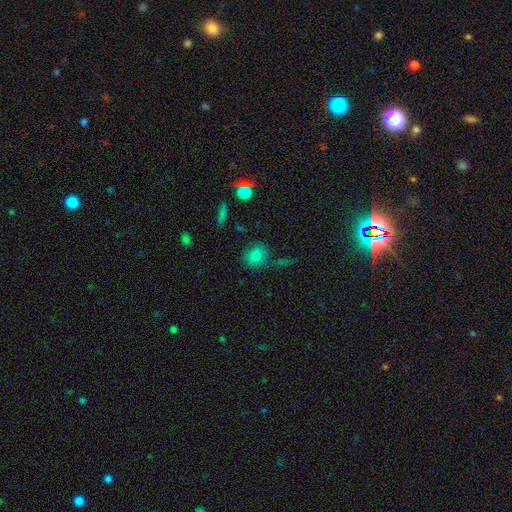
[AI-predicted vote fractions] A smooth galaxy with no disk features (79%) that is round (62%).

Vote fractions:
- Smooth or featured? smooth: 79% / star or artifact: 11% / featured or disk: 10%
- How rounded? round: 62% / in between: 37% / cigar-shaped: 2%
- Merging? none: 75% / minor disturbance: 15% / merger: 6% / major disturbance: 5%